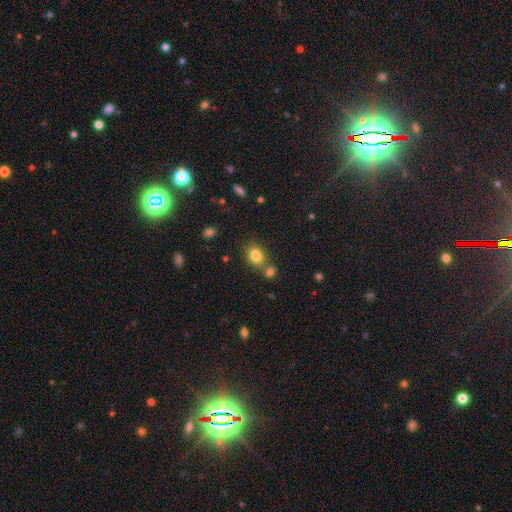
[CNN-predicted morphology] Smooth or featured: smooth — 81% (star or artifact — 11%)
How rounded: in between — 63% (round — 36%)
Merging: none — 62% (merger — 23%)